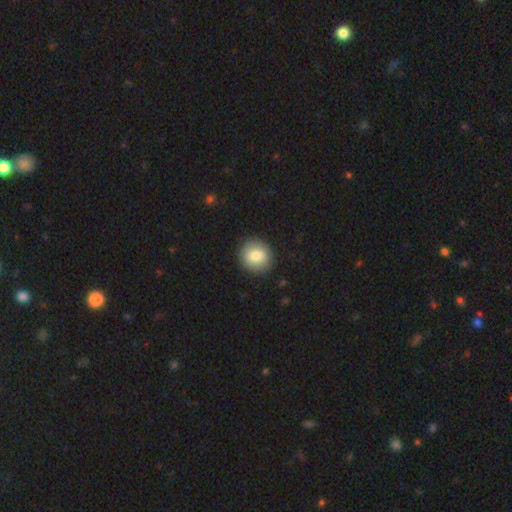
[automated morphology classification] smooth-or-featured: smooth: 80% | featured or disk: 12% | star or artifact: 8%
  how-rounded: round: 89% | in between: 10% | cigar-shaped: 1%
  merging: none: 90% | minor disturbance: 7% | major disturbance: 2% | merger: 1%